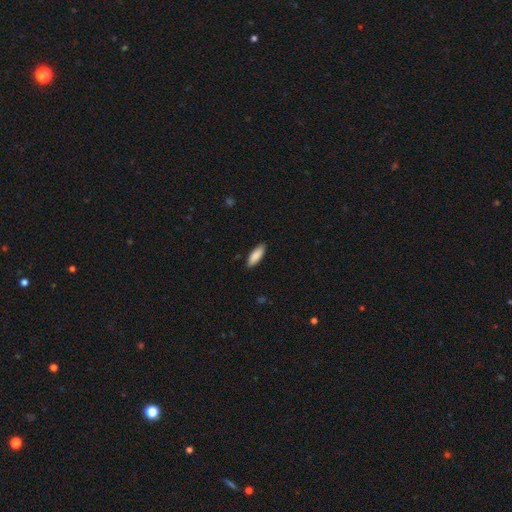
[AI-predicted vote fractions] Q: Smooth or featured?
A: smooth (89%); runner-up: featured or disk (6%)
Q: How rounded?
A: in between (67%); runner-up: cigar-shaped (31%)
Q: Merging?
A: none (88%); runner-up: minor disturbance (10%)